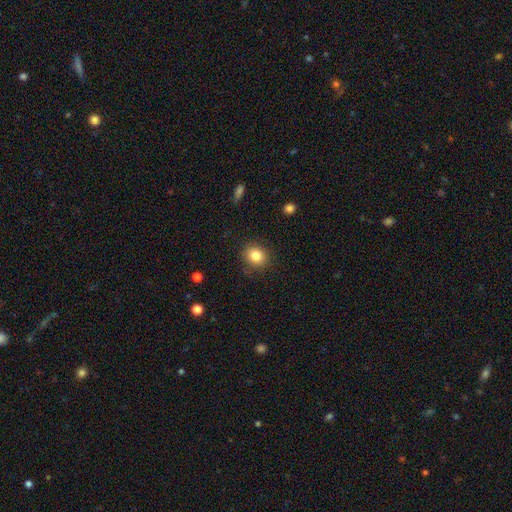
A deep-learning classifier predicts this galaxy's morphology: smooth-or-featured: smooth: 84% | star or artifact: 10% | featured or disk: 6%
  how-rounded: round: 79% | in between: 20% | cigar-shaped: 1%
  merging: none: 86% | minor disturbance: 10% | major disturbance: 3% | merger: 1%